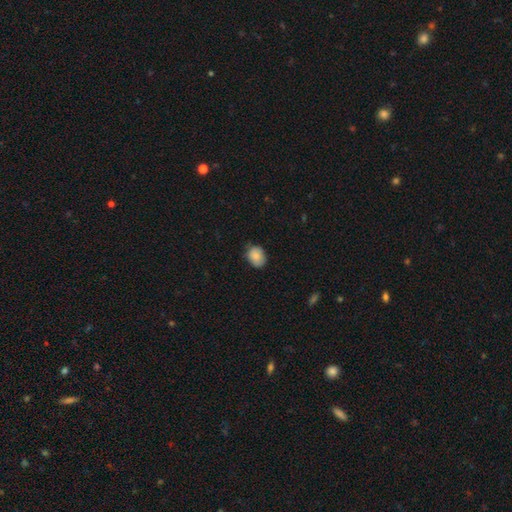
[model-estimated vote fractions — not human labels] Smooth or featured: smooth — 83% (featured or disk — 9%)
How rounded: in between — 60% (round — 39%)
Merging: none — 71% (minor disturbance — 24%)